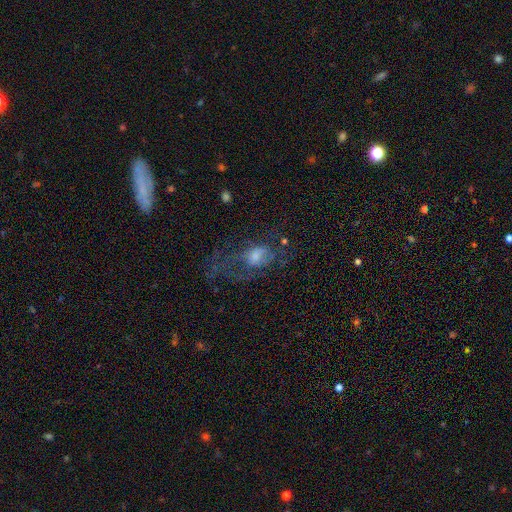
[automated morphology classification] Smooth or featured? Predicted: featured or disk (p=0.49). Merging? Predicted: major disturbance (p=0.47).